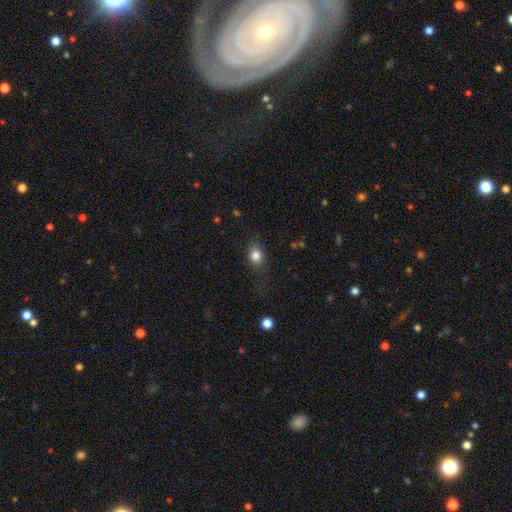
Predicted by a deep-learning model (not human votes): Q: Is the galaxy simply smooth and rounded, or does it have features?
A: smooth — 82%.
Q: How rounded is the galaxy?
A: in between — 54%.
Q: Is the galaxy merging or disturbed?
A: none — 75%.